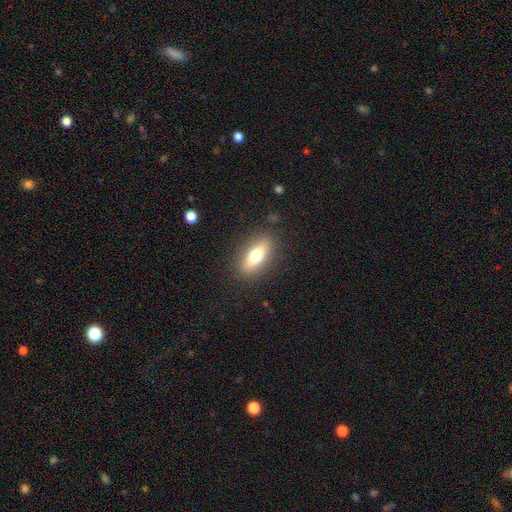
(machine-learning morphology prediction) smooth 62%, featured or disk 31%, star or artifact 8%. Down the decision tree: how rounded — in between (68%); merging — none (87%).